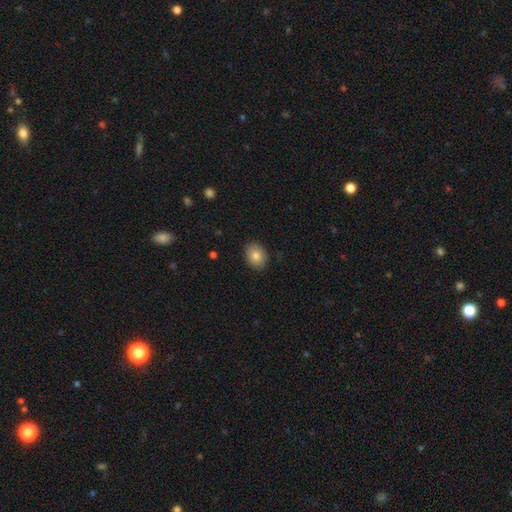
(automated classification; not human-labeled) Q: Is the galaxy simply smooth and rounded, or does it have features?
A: smooth — 82%.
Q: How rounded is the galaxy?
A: in between — 58%.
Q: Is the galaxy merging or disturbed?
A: none — 88%.